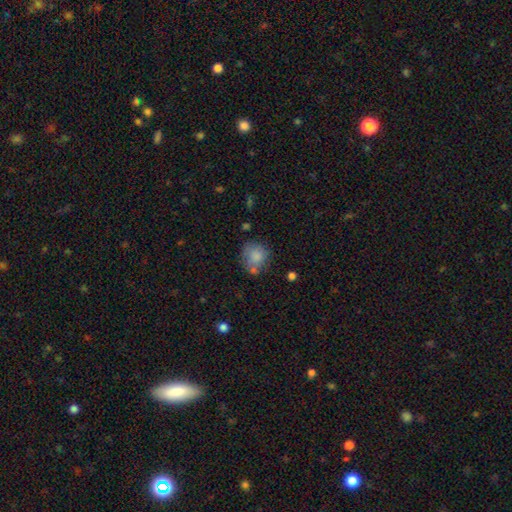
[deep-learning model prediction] Smooth or featured? Predicted: smooth (p=0.76). How rounded? Predicted: round (p=0.72). Merging? Predicted: none (p=0.51).